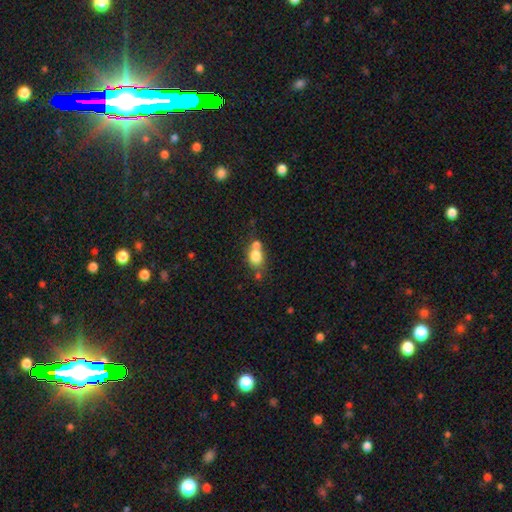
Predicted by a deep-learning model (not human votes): smooth 78%, featured or disk 12%, star or artifact 10%. Down the decision tree: how rounded — round (53%); merging — merger (44%).